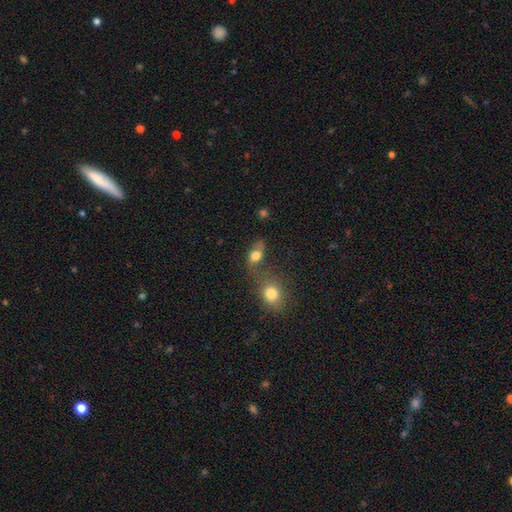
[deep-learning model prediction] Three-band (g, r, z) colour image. It shows a smooth galaxy with no disk features (74%) that is in between round and cigar-shaped (71%). Merging: merger (40%).